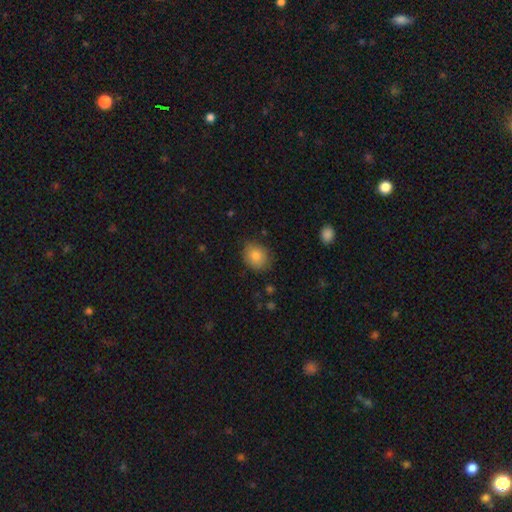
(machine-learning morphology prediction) smooth-or-featured: smooth: 83% | featured or disk: 8% | star or artifact: 8%
  how-rounded: round: 53% | in between: 46% | cigar-shaped: 1%
  merging: none: 79% | minor disturbance: 16% | major disturbance: 3% | merger: 1%